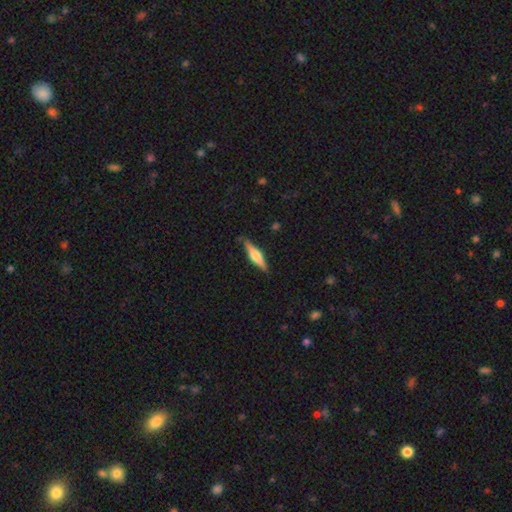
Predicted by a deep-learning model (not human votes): Smooth or featured?
  - featured or disk: 64% *
  - smooth: 31%
  - star or artifact: 6%
Edge-on disk?
  - yes: 97% *
  - no: 3%
Edge-on bulge?
  - rounded: 80% *
  - boxy: 16%
  - none: 4%
Merging?
  - none: 87% *
  - minor disturbance: 10%
  - major disturbance: 2%
  - merger: 1%